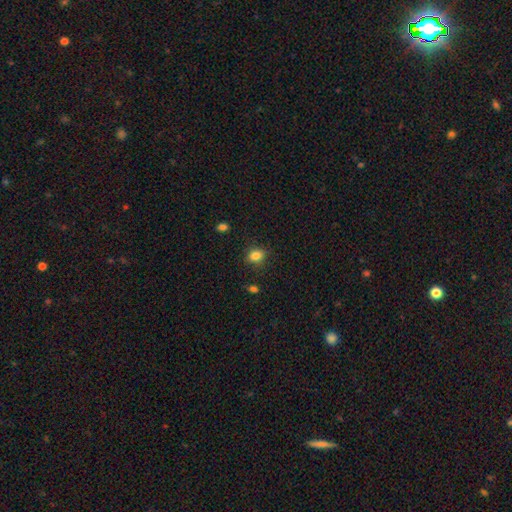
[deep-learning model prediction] Morphology: type=smooth (83%); roundness=in between (62%); merging=none (82%).